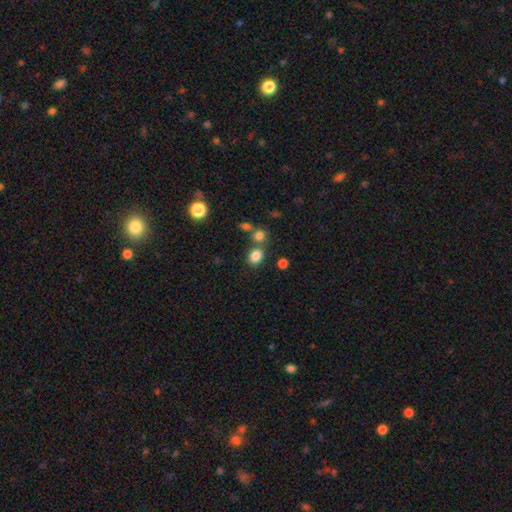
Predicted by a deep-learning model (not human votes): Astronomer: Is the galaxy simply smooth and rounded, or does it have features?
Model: smooth — 82%.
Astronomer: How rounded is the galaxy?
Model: round — 52% (runner-up: in between, 47%).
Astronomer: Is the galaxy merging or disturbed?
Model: none — 66%.